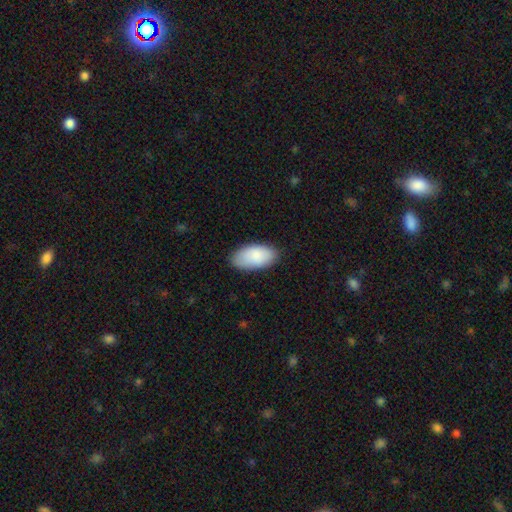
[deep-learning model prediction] Overall: smooth (87%). How rounded: in between (95%). Merging: none (83%).